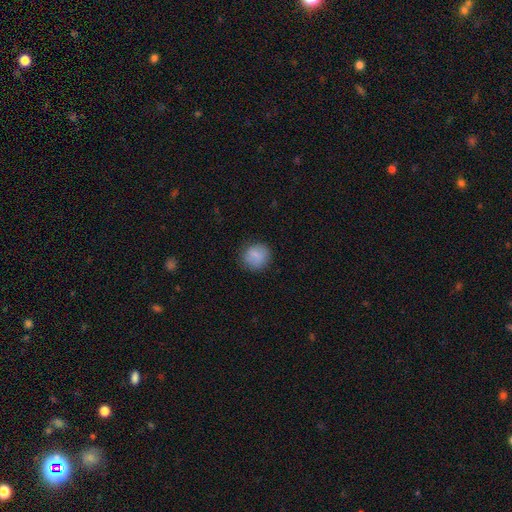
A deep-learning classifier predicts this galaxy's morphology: A smooth galaxy with no disk features (83%) that is round (85%). Merging: none (84%).